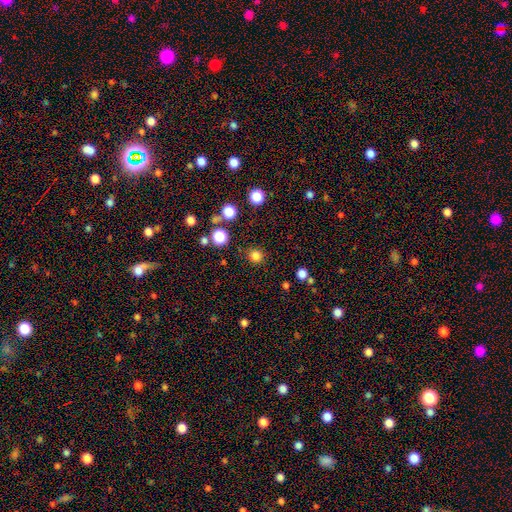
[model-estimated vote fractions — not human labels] A smooth galaxy with no disk features (81%) that is round (92%).

Vote fractions:
- Smooth or featured? smooth: 81% / star or artifact: 15% / featured or disk: 4%
- How rounded? round: 92% / in between: 7% / cigar-shaped: 1%
- Merging? none: 89% / minor disturbance: 6% / major disturbance: 3% / merger: 2%